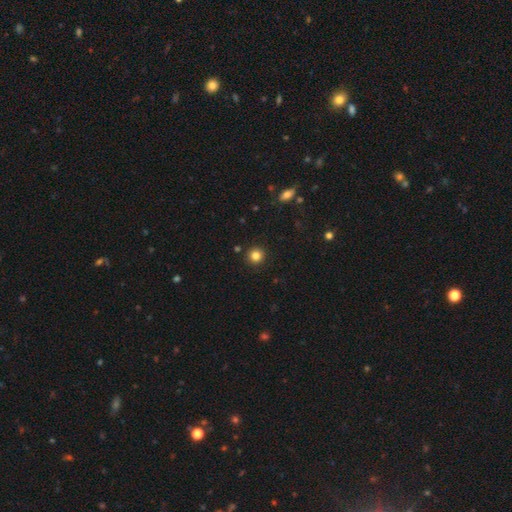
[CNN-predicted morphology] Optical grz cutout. It shows a smooth galaxy with no disk features (83%) that is round (94%). Merging: none (92%).